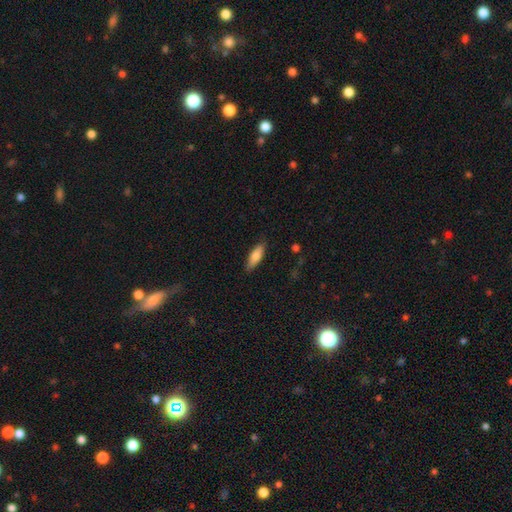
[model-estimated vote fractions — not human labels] A smooth galaxy with no disk features (75%) that is in between round and cigar-shaped (52%). Merging: none (84%).